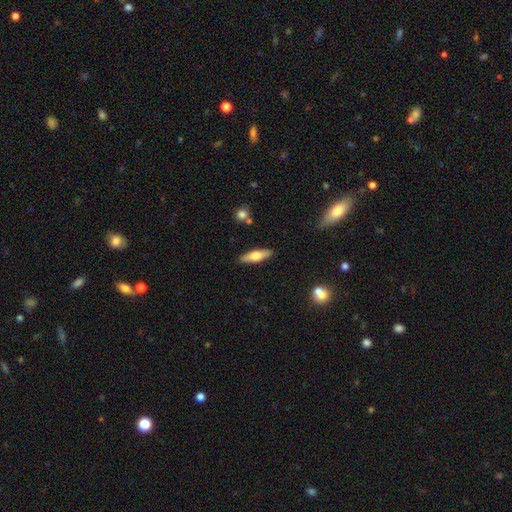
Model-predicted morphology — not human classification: Smooth or featured? Predicted: smooth (p=0.57). How rounded? Predicted: cigar-shaped (p=0.55). Merging? Predicted: none (p=0.87).